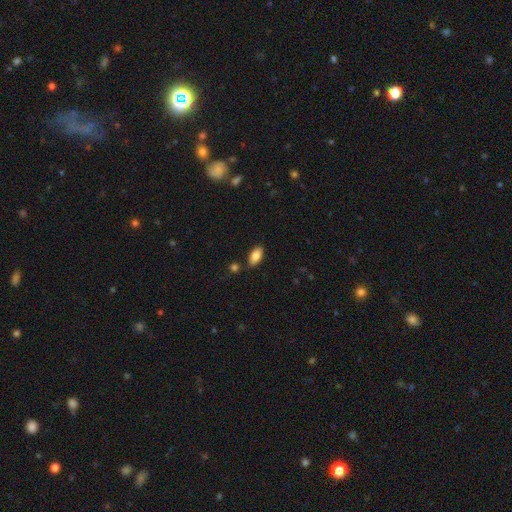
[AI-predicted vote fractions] smooth_or_featured: smooth (p=0.82) [alt: featured or disk p=0.11]
how_rounded: in between (p=0.89) [alt: cigar-shaped p=0.09]
merging: none (p=0.84) [alt: minor disturbance p=0.11]